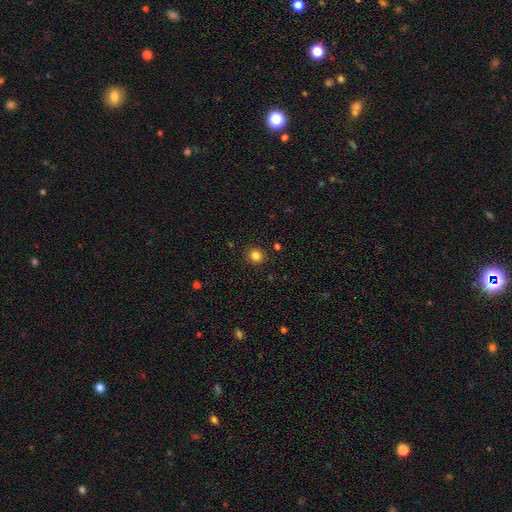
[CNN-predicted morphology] This is clearly a smooth galaxy (83%). How rounded: clearly round (90%). Merging: clearly none (91%).